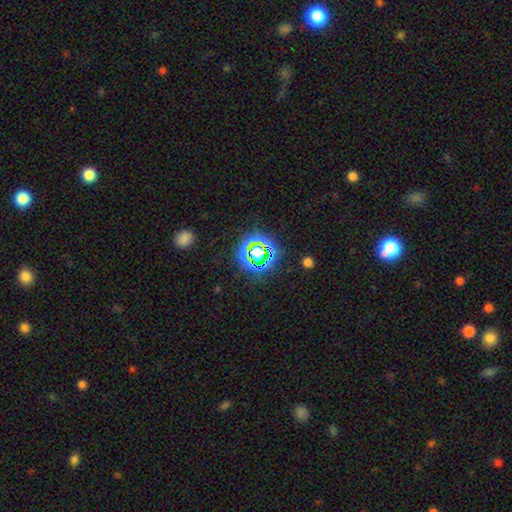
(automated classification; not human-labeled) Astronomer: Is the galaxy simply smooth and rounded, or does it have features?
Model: star or artifact — 55% (runner-up: smooth, 38%).